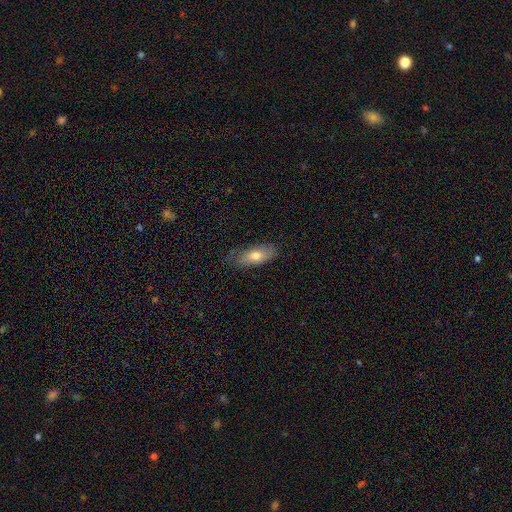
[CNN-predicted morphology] A smooth galaxy with no disk features (72%) that is in between round and cigar-shaped (82%). Merging: none (72%).